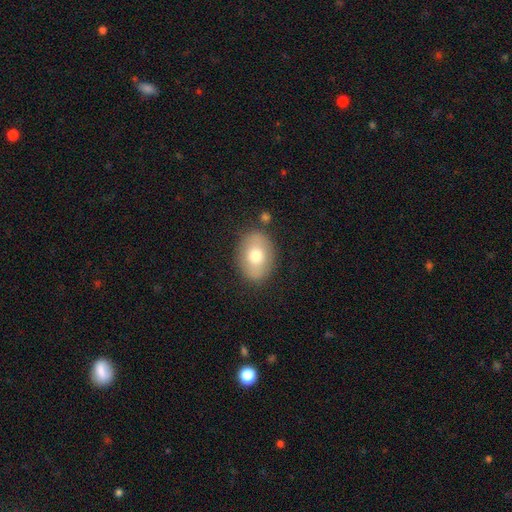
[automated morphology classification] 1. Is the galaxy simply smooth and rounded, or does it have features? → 68% smooth, 24% featured or disk, 7% star or artifact.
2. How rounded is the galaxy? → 73% in between, 26% round, 1% cigar-shaped.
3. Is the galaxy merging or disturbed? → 82% none, 11% minor disturbance, 3% major disturbance, 3% merger.